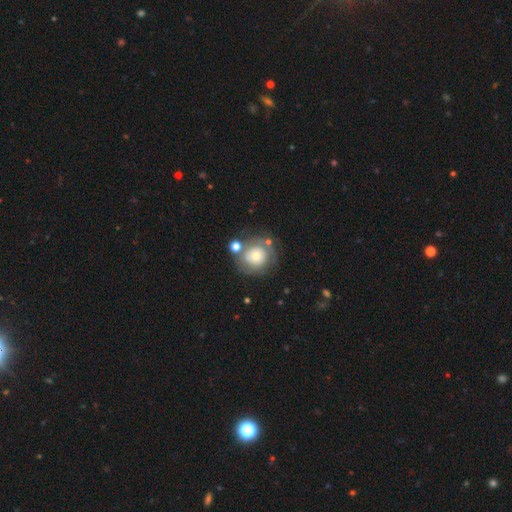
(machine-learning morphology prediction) Smooth or featured? smooth (48%)
Merging? none (61%)